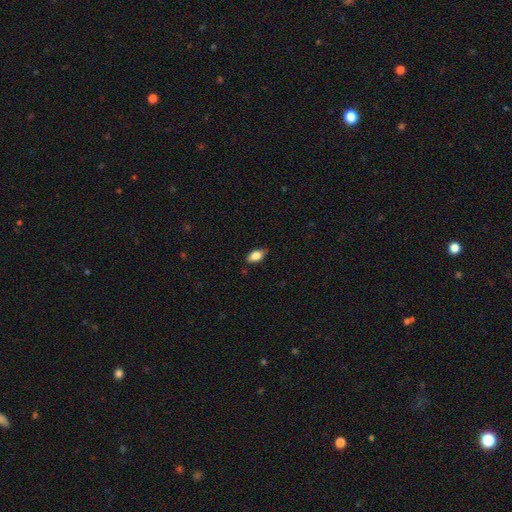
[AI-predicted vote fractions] The model was most divided on "merging": none: 82%, minor disturbance: 14%, major disturbance: 2%, merger: 1%. More confident: how rounded — in between (91%); smooth or featured — smooth (85%).